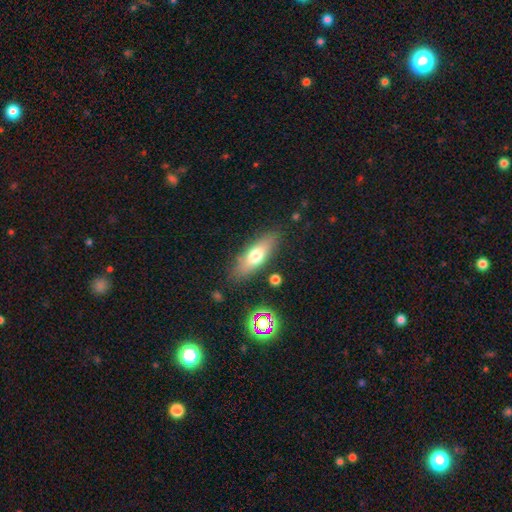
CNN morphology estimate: This is likely a smooth galaxy (64%). How rounded: possibly in between (58%). Merging: clearly none (83%).